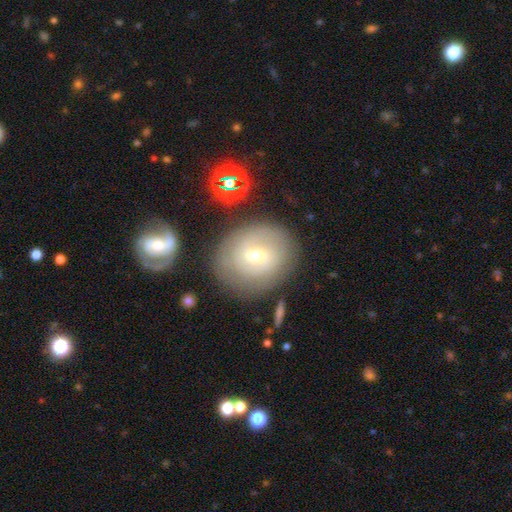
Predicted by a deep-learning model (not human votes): featured or disk 53%, smooth 38%, star or artifact 9%. Down the decision tree: edge-on disk — no (95%); bar — weak (47%); spiral arms — yes (65%); bulge size — small (49%); merging — none (74%).